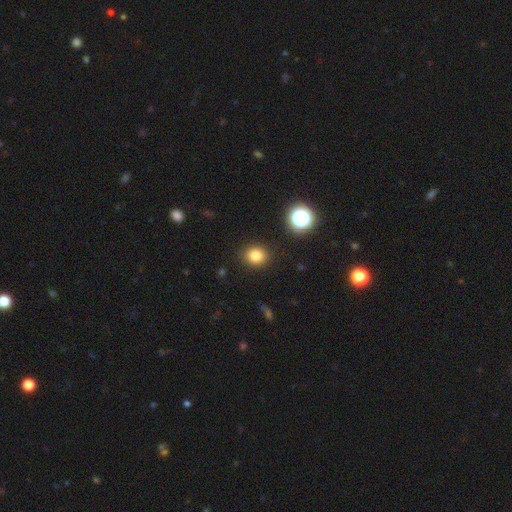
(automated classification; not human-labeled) Smooth or featured? Predicted: smooth (p=0.81). How rounded? Predicted: round (p=0.71). Merging? Predicted: none (p=0.89).